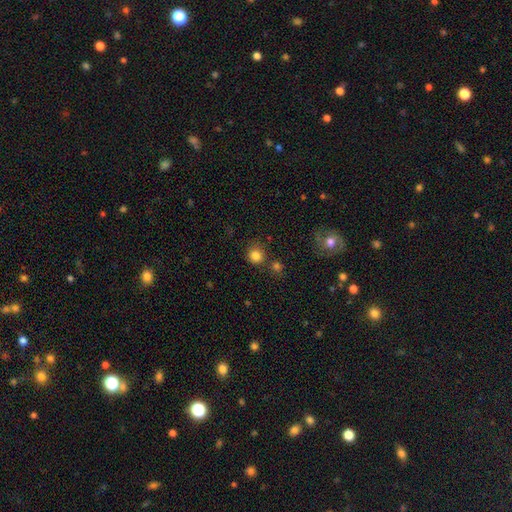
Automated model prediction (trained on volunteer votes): Smooth or featured?
  - smooth: 82% *
  - star or artifact: 13%
  - featured or disk: 5%
How rounded?
  - round: 89% *
  - in between: 10%
  - cigar-shaped: 1%
Merging?
  - none: 75% *
  - merger: 11%
  - minor disturbance: 10%
  - major disturbance: 3%